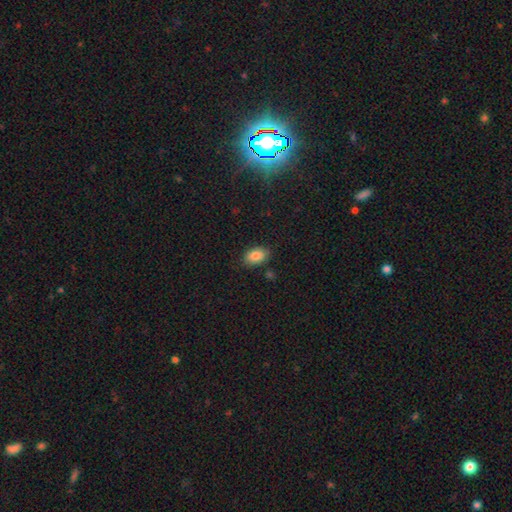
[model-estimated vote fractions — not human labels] smooth 86%, star or artifact 8%, featured or disk 6%. Down the decision tree: how rounded — in between (88%); merging — none (85%).